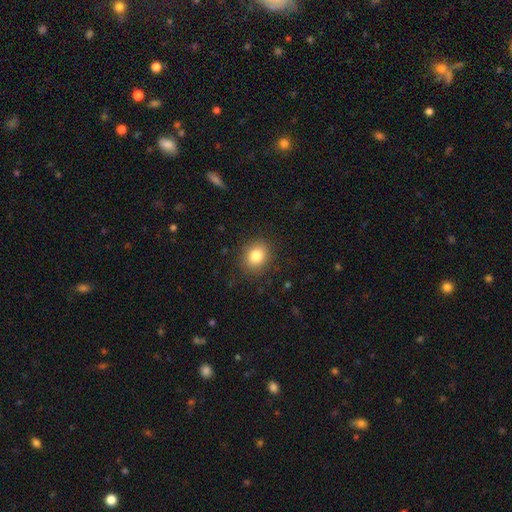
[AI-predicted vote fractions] Smooth or featured? Predicted: smooth (p=0.82). How rounded? Predicted: round (p=0.67). Merging? Predicted: none (p=0.88).